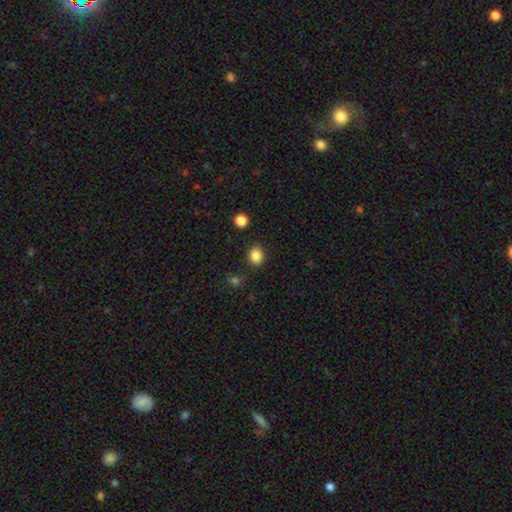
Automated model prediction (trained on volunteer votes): A smooth galaxy with no disk features (85%) that is round (71%).

Vote fractions:
- Smooth or featured? smooth: 85% / star or artifact: 11% / featured or disk: 4%
- How rounded? round: 71% / in between: 28% / cigar-shaped: 1%
- Merging? none: 86% / minor disturbance: 9% / major disturbance: 3% / merger: 3%